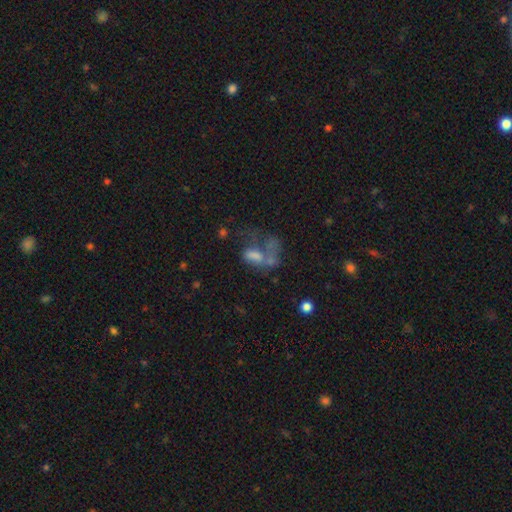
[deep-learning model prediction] This is marginally a smooth galaxy (41%). Merging: marginally major disturbance (39%).